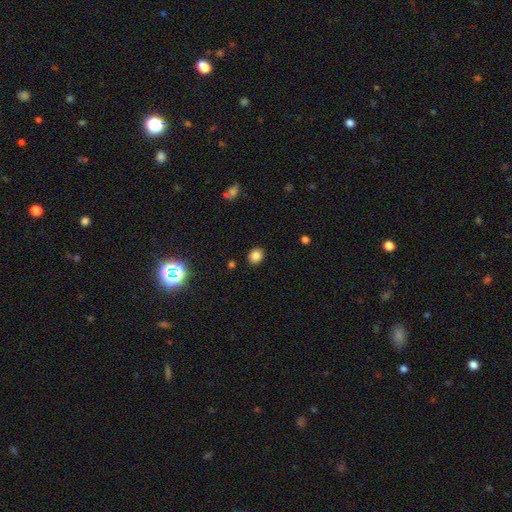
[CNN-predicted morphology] A smooth galaxy with no disk features (83%) that is round (64%). Merging: none (89%).